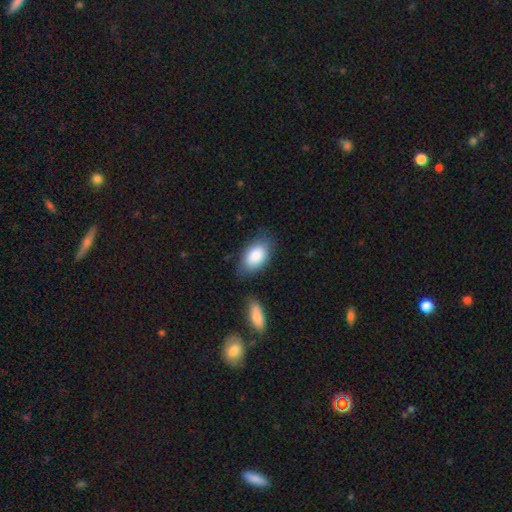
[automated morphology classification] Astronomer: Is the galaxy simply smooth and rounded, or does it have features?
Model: smooth — 87%.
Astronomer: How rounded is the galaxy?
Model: in between — 91%.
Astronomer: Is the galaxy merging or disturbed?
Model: none — 72%.